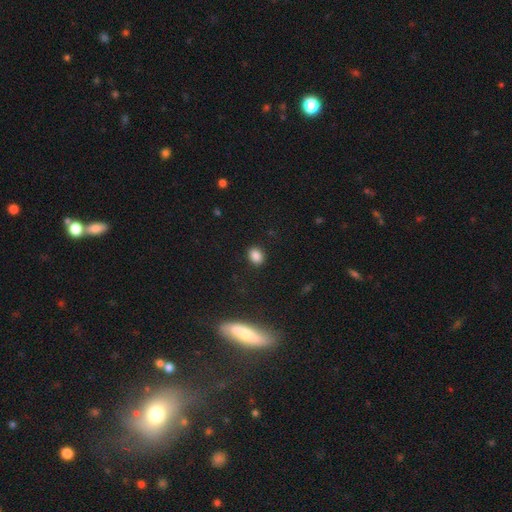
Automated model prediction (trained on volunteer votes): The model was most divided on "how rounded": in between: 56%, round: 43%, cigar-shaped: 1%. More confident: merging — none (90%); smooth or featured — smooth (85%).